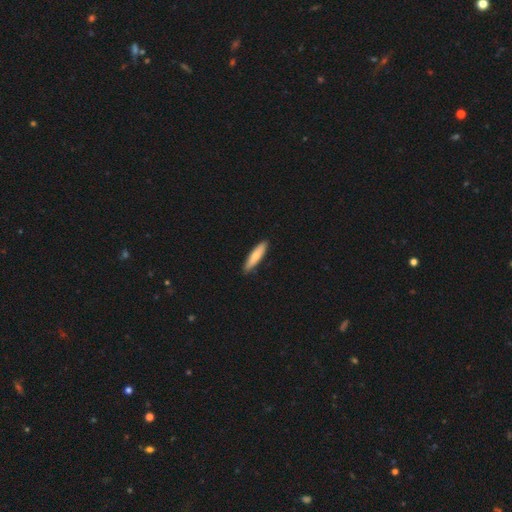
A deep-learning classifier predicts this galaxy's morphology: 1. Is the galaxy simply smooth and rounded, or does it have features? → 74% smooth, 21% featured or disk, 5% star or artifact.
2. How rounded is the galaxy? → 80% cigar-shaped, 18% in between, 1% round.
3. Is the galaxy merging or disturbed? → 88% none, 9% minor disturbance, 1% major disturbance, 1% merger.